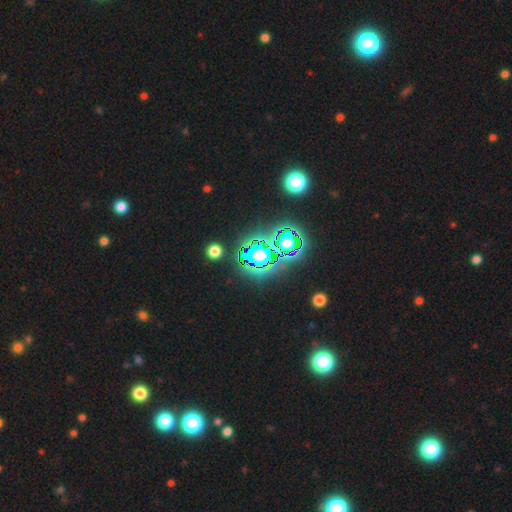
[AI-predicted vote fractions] Morphology: type=star or artifact (69%).